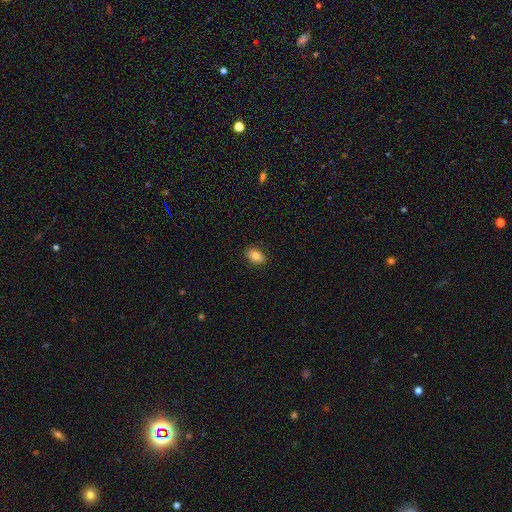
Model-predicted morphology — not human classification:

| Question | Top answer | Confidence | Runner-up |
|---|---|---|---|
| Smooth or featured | smooth | 82% | featured or disk (10%) |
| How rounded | in between | 85% | round (14%) |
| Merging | none | 88% | minor disturbance (9%) |